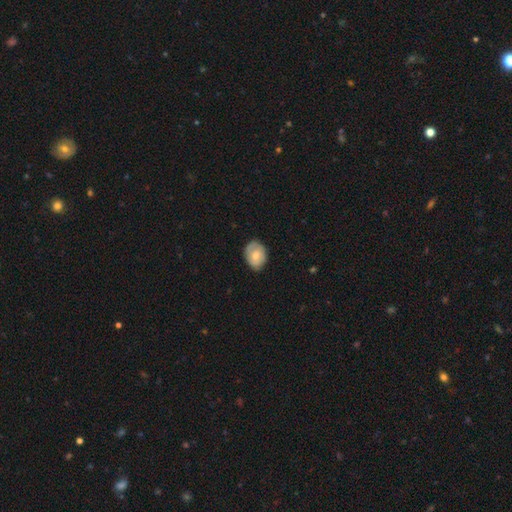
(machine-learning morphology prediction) Smooth or featured: smooth — 61% (featured or disk — 33%)
How rounded: in between — 67% (round — 32%)
Merging: none — 72% (minor disturbance — 22%)